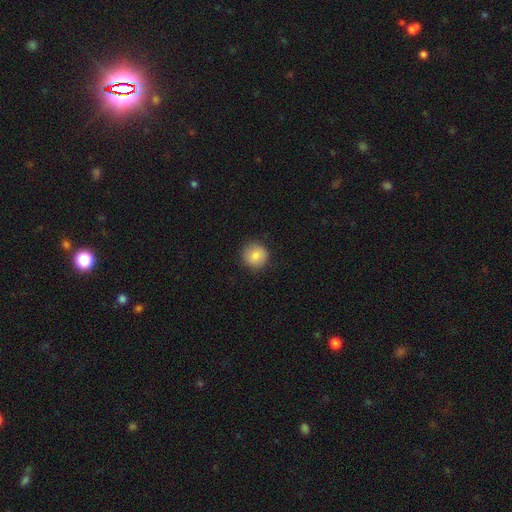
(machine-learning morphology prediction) This is clearly a smooth galaxy (84%). How rounded: clearly round (93%). Merging: clearly none (89%).